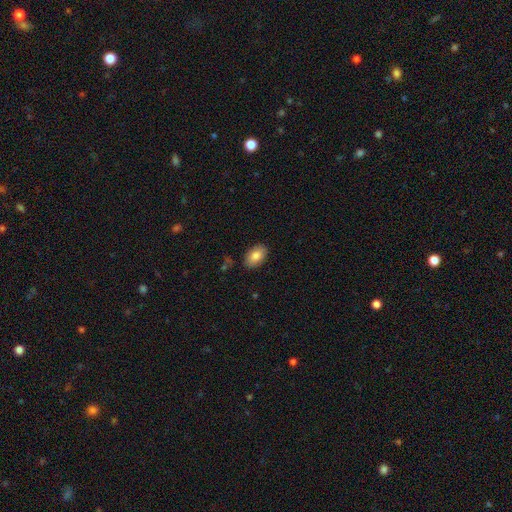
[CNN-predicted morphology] A smooth galaxy with no disk features (84%) that is in between round and cigar-shaped (91%). Merging: none (87%).